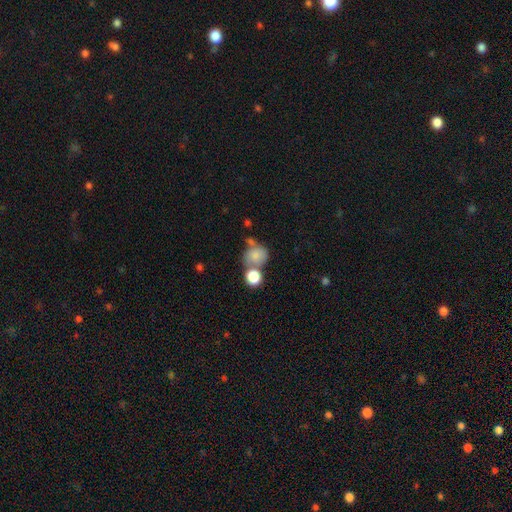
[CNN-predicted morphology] Smooth or featured? Predicted: smooth (p=0.77). How rounded? Predicted: round (p=0.67). Merging? Predicted: merger (p=0.40).